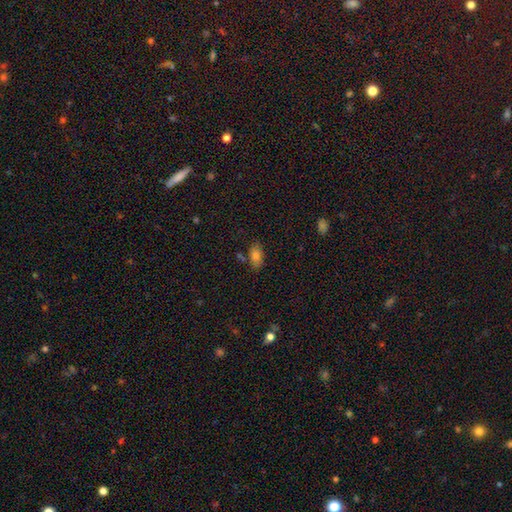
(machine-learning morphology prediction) This appears to be a smooth galaxy with no disk features (78%) that is in between round and cigar-shaped (87%). Merging: none (75%).